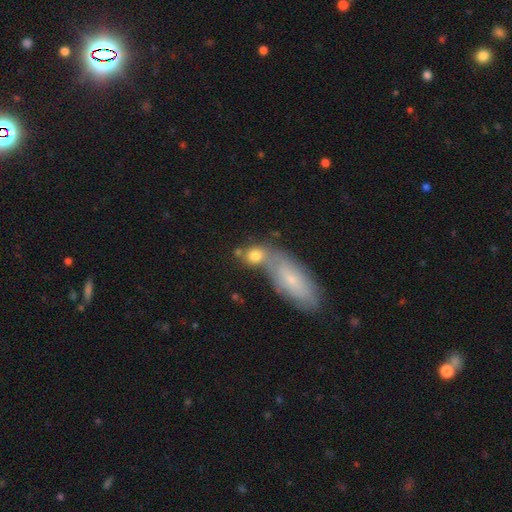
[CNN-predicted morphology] This is likely a smooth galaxy (73%). How rounded: possibly round (49%). Merging: marginally none (42%).